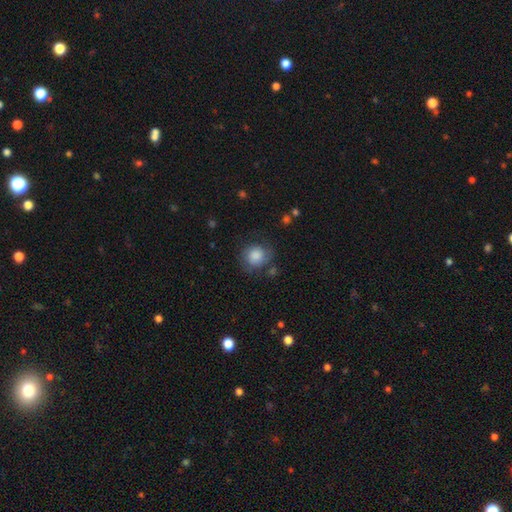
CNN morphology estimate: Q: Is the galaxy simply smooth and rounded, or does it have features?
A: smooth — 79%.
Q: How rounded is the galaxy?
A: round — 84%.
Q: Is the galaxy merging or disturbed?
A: none — 68%.